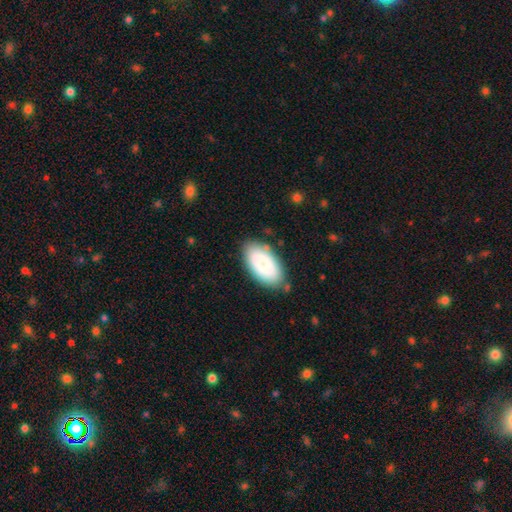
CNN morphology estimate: type=smooth (85%); roundness=in between (95%); merging=none (80%).